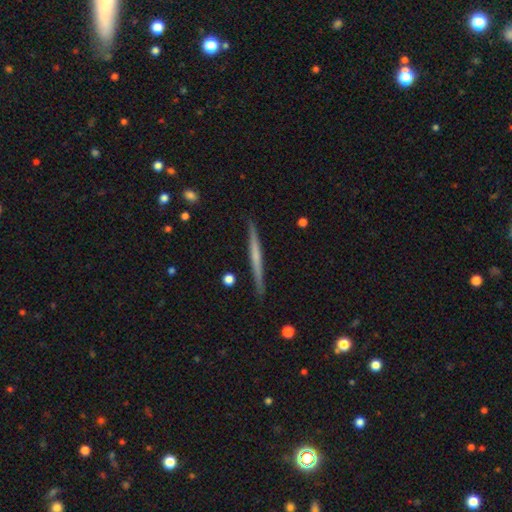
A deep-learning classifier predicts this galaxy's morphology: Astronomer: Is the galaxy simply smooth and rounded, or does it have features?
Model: featured or disk — 56% (runner-up: smooth, 38%).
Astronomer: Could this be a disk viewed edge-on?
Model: yes — 98%.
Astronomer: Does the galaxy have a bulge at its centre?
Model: none — 74%.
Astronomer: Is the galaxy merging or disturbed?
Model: none — 90%.